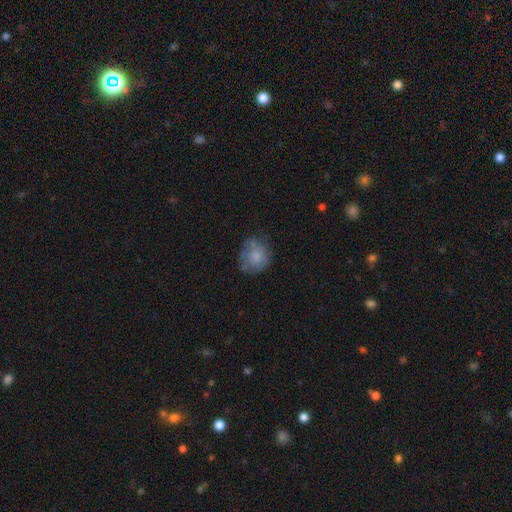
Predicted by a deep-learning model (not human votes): Smooth or featured? Predicted: smooth (p=0.65). How rounded? Predicted: round (p=0.72). Merging? Predicted: none (p=0.59).